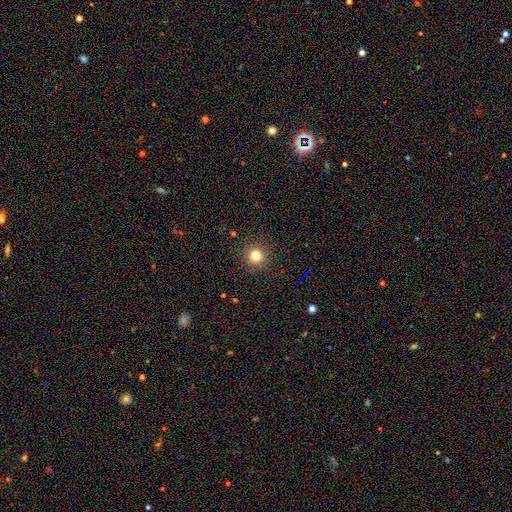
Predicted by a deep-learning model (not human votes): smooth 79%, star or artifact 15%, featured or disk 6%. Down the decision tree: how rounded — round (95%); merging — none (92%).